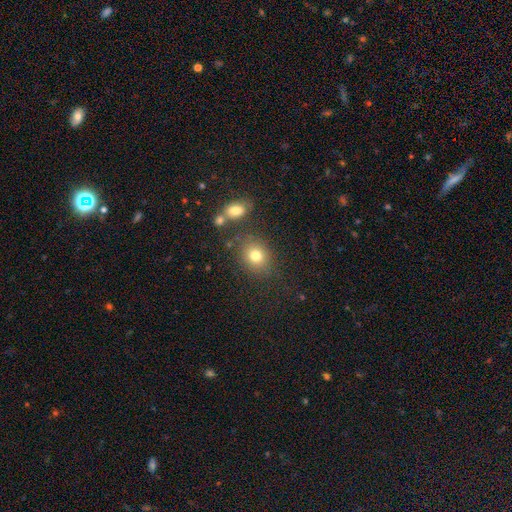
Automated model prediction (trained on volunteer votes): This is likely a smooth galaxy (78%). How rounded: likely round (63%). Merging: likely none (76%).